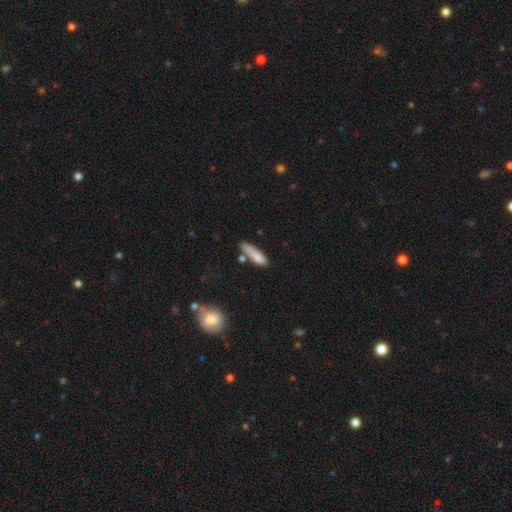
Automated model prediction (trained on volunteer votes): Morphology: type=smooth (81%); roundness=cigar-shaped (64%); merging=none (56%).